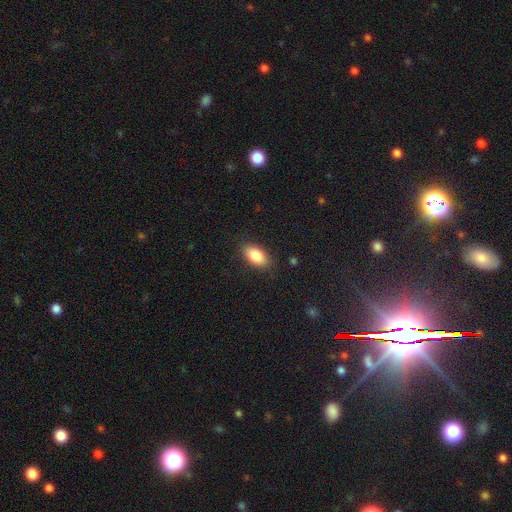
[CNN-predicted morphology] A smooth galaxy with no disk features (85%) that is in between round and cigar-shaped (91%).

Vote fractions:
- Smooth or featured? smooth: 85% / featured or disk: 8% / star or artifact: 7%
- How rounded? in between: 91% / cigar-shaped: 5% / round: 4%
- Merging? none: 86% / minor disturbance: 10% / major disturbance: 3% / merger: 1%